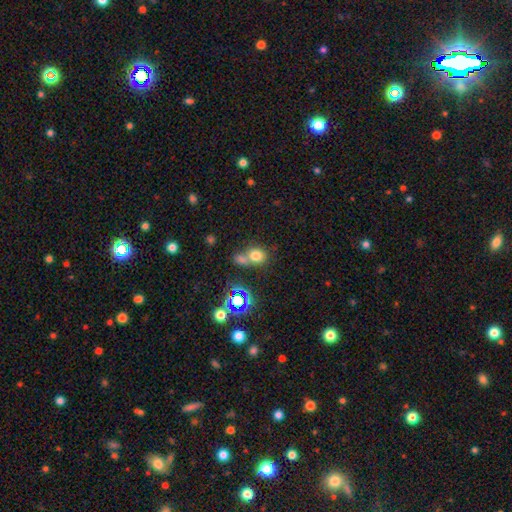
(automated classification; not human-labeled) A smooth galaxy with no disk features (71%) that is round (66%). Merging: none (44%).